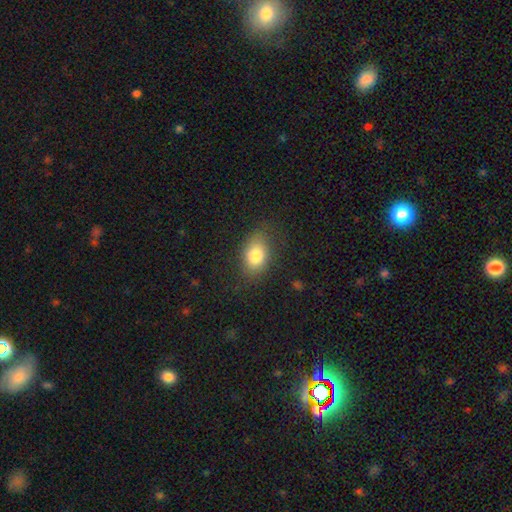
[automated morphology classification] A smooth galaxy with no disk features (80%) that is in between round and cigar-shaped (79%).

Vote fractions:
- Smooth or featured? smooth: 80% / featured or disk: 11% / star or artifact: 9%
- How rounded? in between: 79% / round: 19% / cigar-shaped: 2%
- Merging? none: 78% / minor disturbance: 15% / major disturbance: 6% / merger: 1%